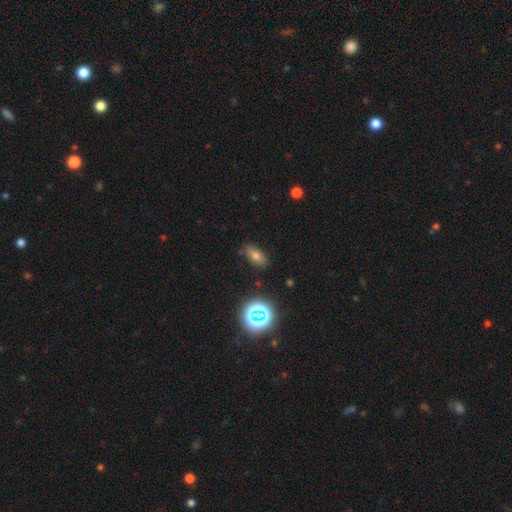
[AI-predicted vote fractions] Overall: smooth (69%). How rounded: in between (83%). Merging: none (82%).